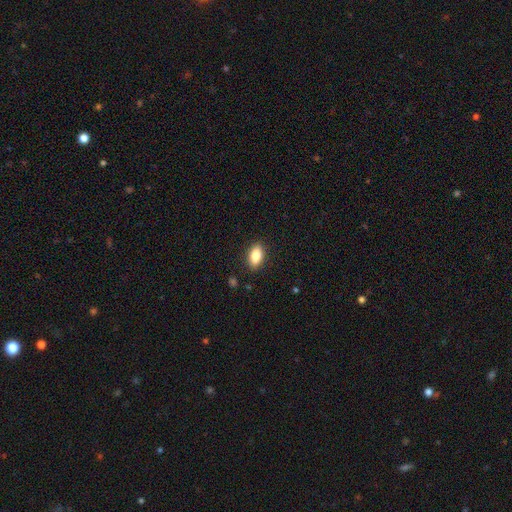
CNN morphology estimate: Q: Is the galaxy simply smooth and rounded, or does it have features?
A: smooth — 84%.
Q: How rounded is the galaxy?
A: in between — 89%.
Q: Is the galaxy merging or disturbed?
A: none — 88%.